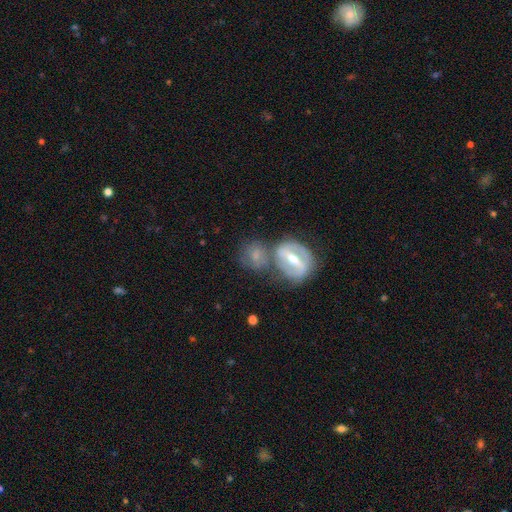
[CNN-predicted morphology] Smooth or featured? featured or disk (49%)
Merging? none (42%)